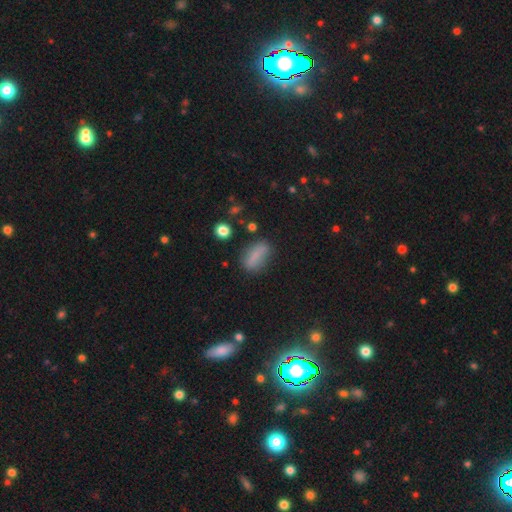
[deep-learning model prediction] The model was most divided on "how rounded": in between: 70%, cigar-shaped: 24%, round: 7%. More confident: smooth or featured — smooth (76%); merging — none (67%).